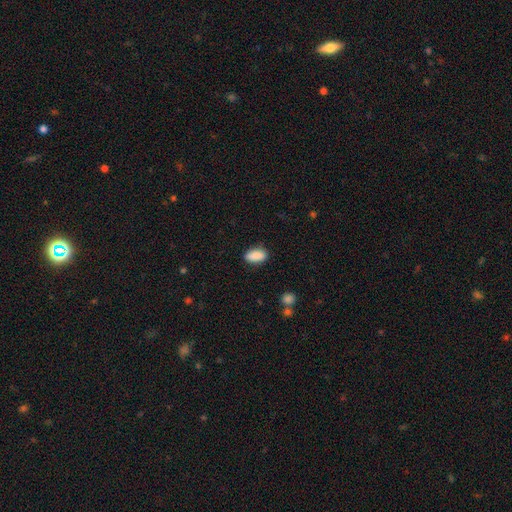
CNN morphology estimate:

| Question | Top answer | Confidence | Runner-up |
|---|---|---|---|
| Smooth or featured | smooth | 89% | star or artifact (7%) |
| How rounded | in between | 89% | cigar-shaped (7%) |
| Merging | none | 84% | minor disturbance (12%) |